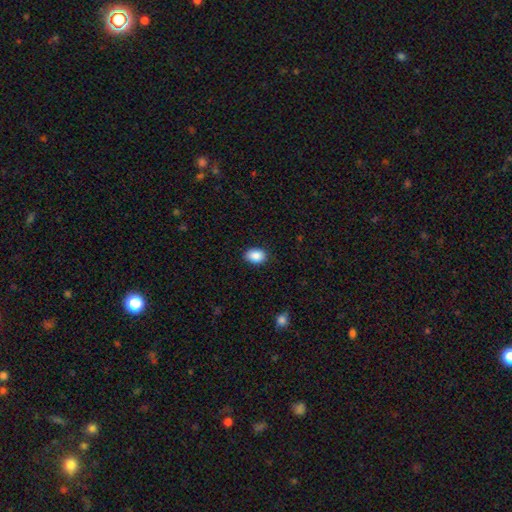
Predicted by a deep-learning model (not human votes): This appears to be a smooth galaxy with no disk features (89%) that is in between round and cigar-shaped (77%). Merging: none (87%).